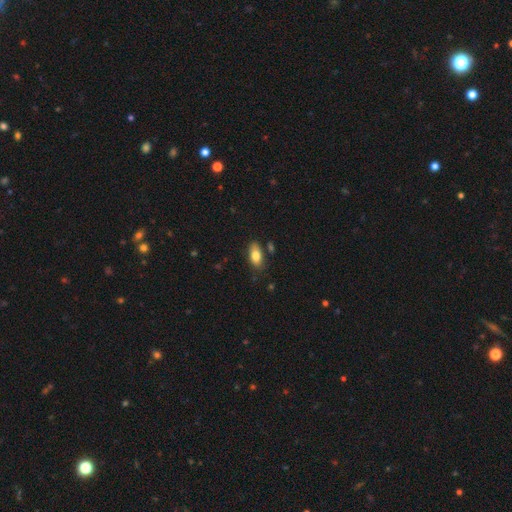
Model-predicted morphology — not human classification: Q: Smooth or featured?
A: smooth (80%); runner-up: featured or disk (12%)
Q: How rounded?
A: in between (89%); runner-up: cigar-shaped (7%)
Q: Merging?
A: none (76%); runner-up: minor disturbance (16%)